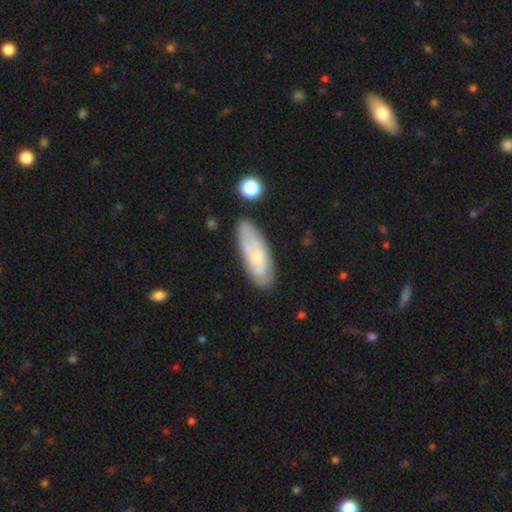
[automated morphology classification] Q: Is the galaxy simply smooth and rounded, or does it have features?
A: smooth — 48%.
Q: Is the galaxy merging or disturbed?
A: none — 75%.